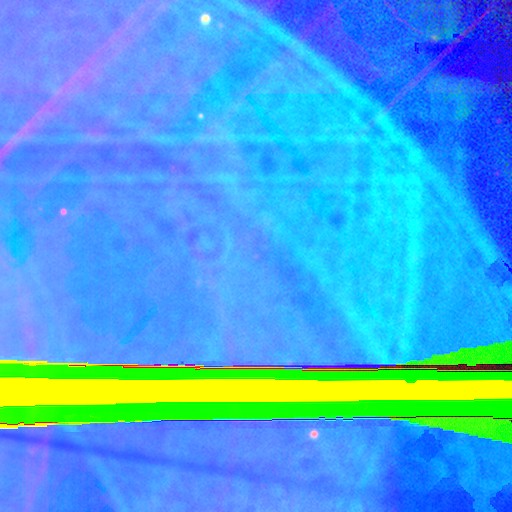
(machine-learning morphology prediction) A star or artifact, not a galaxy (85%).